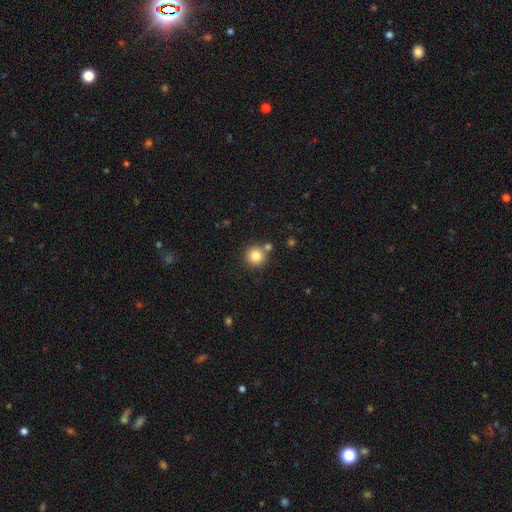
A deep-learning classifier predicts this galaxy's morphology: Q: Smooth or featured?
A: smooth (83%); runner-up: star or artifact (11%)
Q: How rounded?
A: round (94%); runner-up: in between (5%)
Q: Merging?
A: none (76%); runner-up: merger (14%)